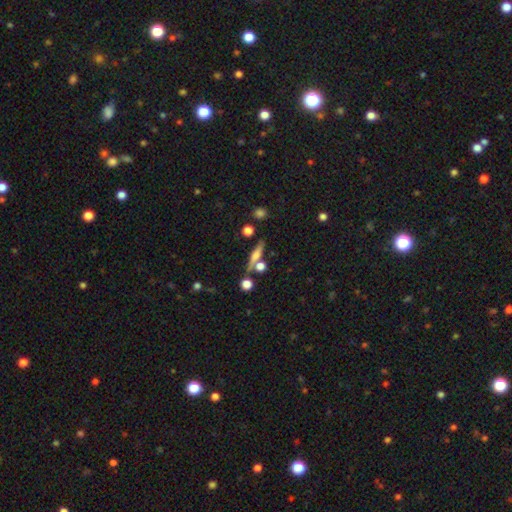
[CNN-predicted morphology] Smooth or featured?
  - smooth: 51% *
  - featured or disk: 38%
  - star or artifact: 11%
How rounded?
  - cigar-shaped: 72% *
  - in between: 19%
  - round: 9%
Merging?
  - none: 67% *
  - merger: 16%
  - minor disturbance: 12%
  - major disturbance: 5%